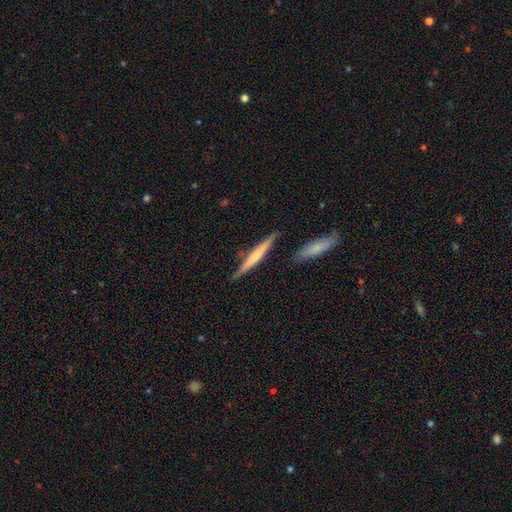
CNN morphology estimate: A featured or disk galaxy (48%). Merging: none (83%).